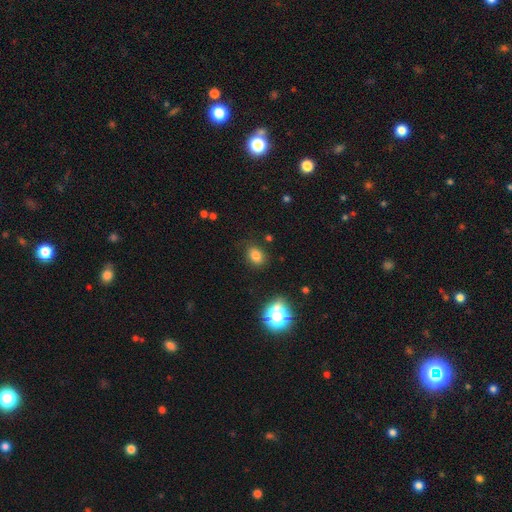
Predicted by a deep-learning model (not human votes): Q: Smooth or featured?
A: smooth (78%); runner-up: star or artifact (16%)
Q: How rounded?
A: in between (60%); runner-up: round (38%)
Q: Merging?
A: none (82%); runner-up: minor disturbance (13%)